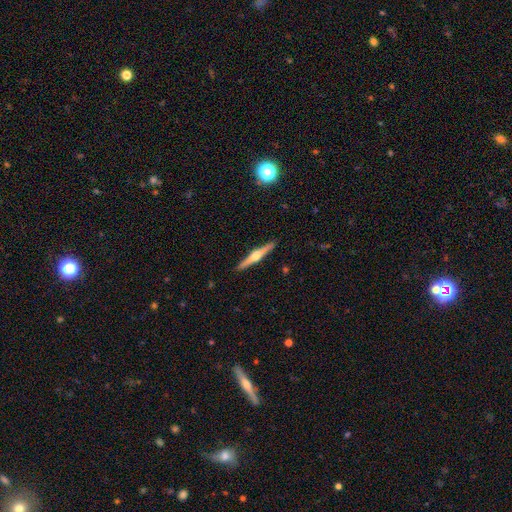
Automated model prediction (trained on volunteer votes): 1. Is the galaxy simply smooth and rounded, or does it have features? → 75% featured or disk, 20% smooth, 5% star or artifact.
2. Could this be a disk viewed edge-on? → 98% yes, 2% no.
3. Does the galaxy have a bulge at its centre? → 93% rounded, 4% boxy, 2% none.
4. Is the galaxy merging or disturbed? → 92% none, 6% minor disturbance, 1% major disturbance, 1% merger.